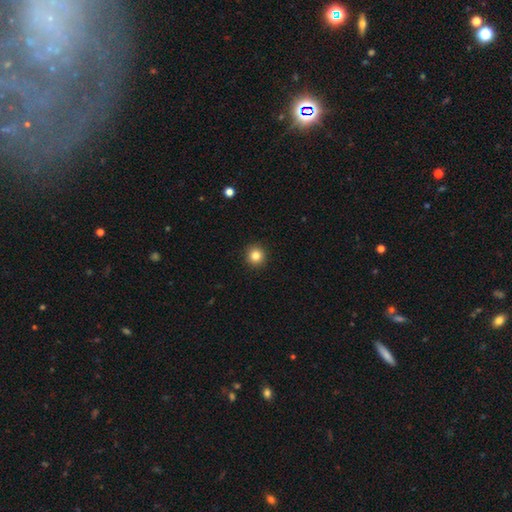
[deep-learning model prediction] Smooth or featured?
  - smooth: 83% *
  - star or artifact: 11%
  - featured or disk: 5%
How rounded?
  - round: 94% *
  - in between: 5%
  - cigar-shaped: 1%
Merging?
  - none: 93% *
  - minor disturbance: 5%
  - major disturbance: 2%
  - merger: 1%